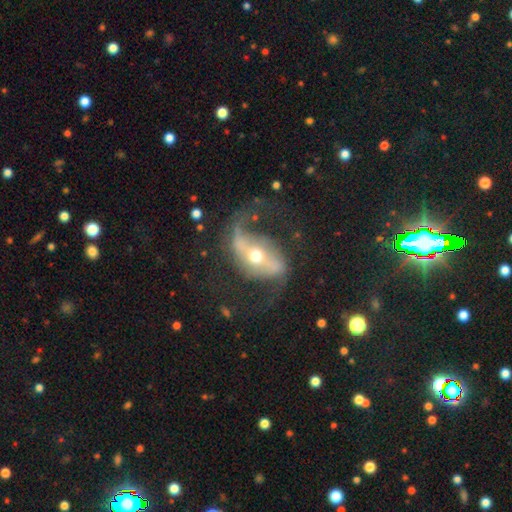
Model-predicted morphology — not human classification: This appears to be a featured or disk galaxy (85%) with a strong bar (51%), 2 (87%) loose (66%) spiral arms (91%) and a moderate central bulge (64%). Merging: none (61%).